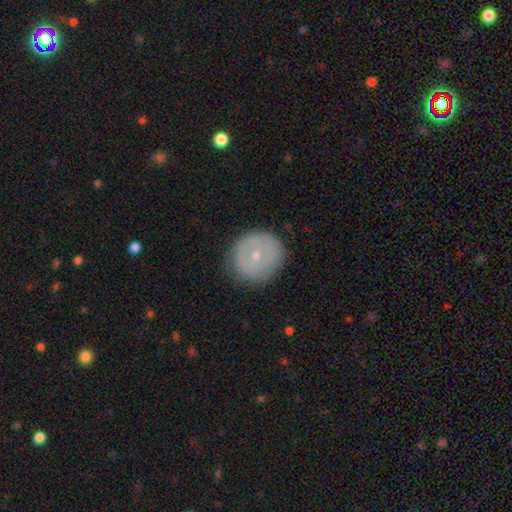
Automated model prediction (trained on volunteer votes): This is possibly a smooth galaxy (48%). Merging: clearly none (86%).